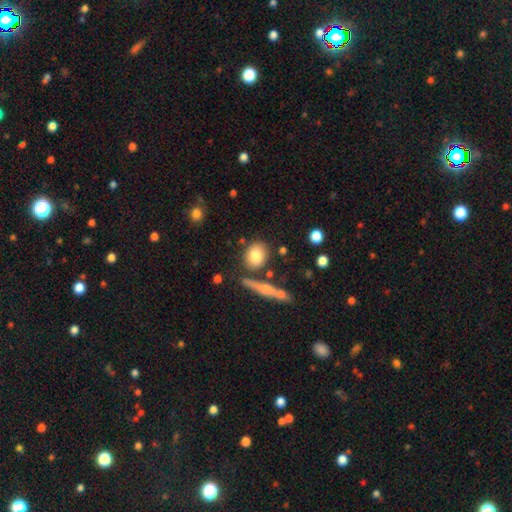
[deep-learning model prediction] Smooth or featured?
  - smooth: 80% *
  - featured or disk: 12%
  - star or artifact: 8%
How rounded?
  - round: 57% *
  - in between: 38%
  - cigar-shaped: 5%
Merging?
  - none: 75% *
  - minor disturbance: 12%
  - merger: 9%
  - major disturbance: 4%